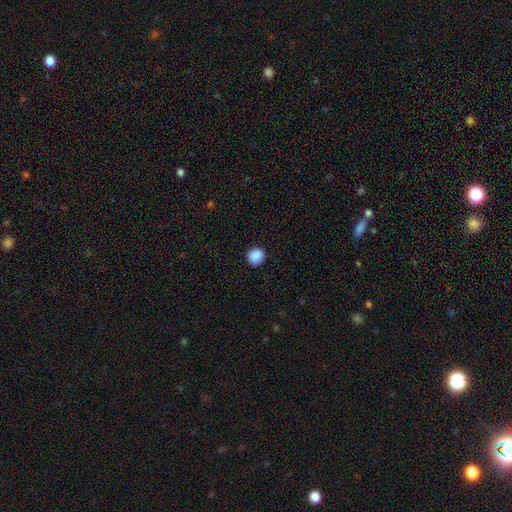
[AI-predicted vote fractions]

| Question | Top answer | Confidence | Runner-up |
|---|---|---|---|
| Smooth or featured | smooth | 89% | star or artifact (9%) |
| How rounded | round | 91% | in between (8%) |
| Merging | none | 91% | minor disturbance (6%) |